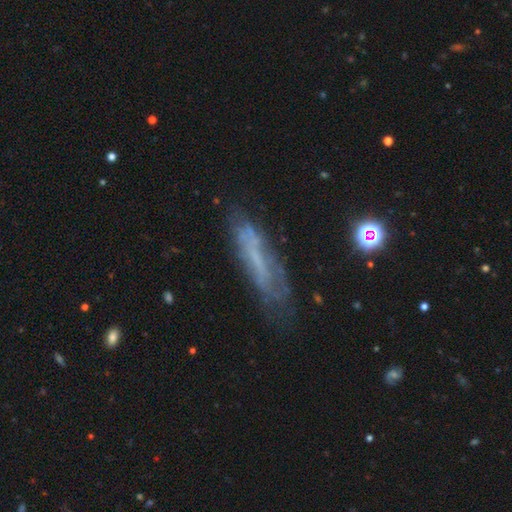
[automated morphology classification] This is possibly a featured or disk galaxy (55%). It is possibly not viewed edge-on (54%). Merging: likely none (62%).